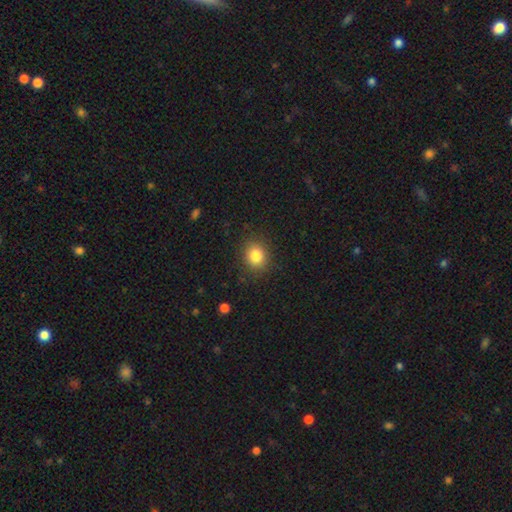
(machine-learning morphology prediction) This is clearly a smooth galaxy (83%). How rounded: likely round (67%). Merging: clearly none (87%).